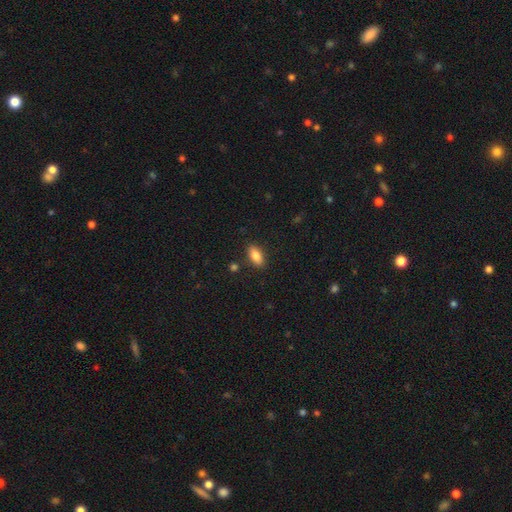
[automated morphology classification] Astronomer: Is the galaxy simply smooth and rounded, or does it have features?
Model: smooth — 84%.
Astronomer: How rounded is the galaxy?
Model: in between — 87%.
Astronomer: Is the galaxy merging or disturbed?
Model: none — 87%.